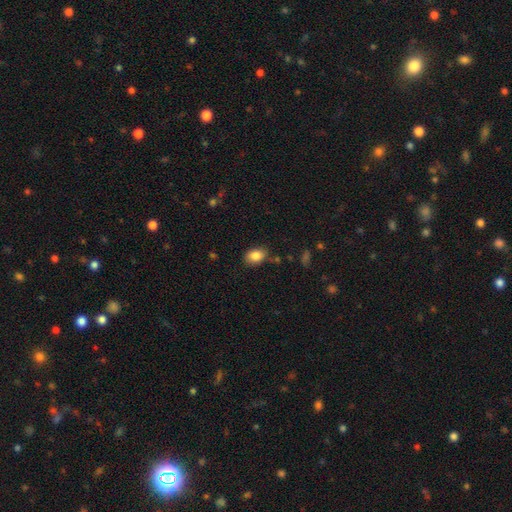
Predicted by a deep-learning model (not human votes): Smooth or featured? smooth (85%)
How rounded? in between (76%)
Merging? none (77%)